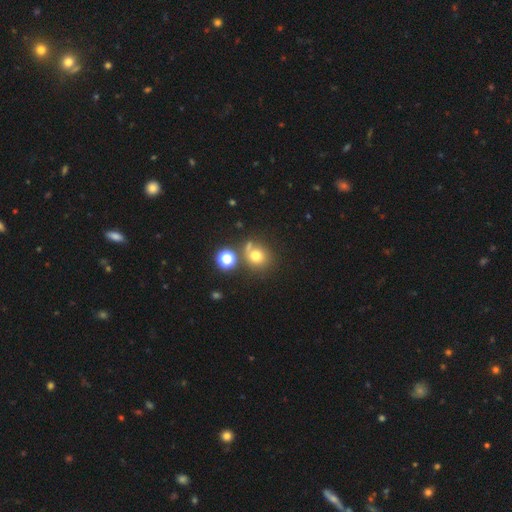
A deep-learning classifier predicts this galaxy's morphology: This appears to be a smooth galaxy with no disk features (71%) that is round (83%). Merging: none (59%).